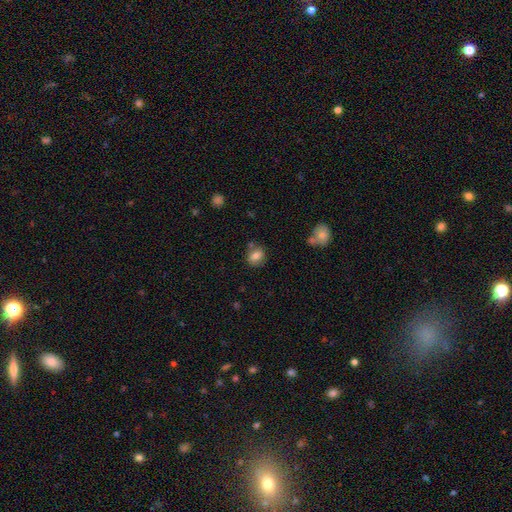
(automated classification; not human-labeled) Morphology: type=smooth (80%); roundness=round (64%); merging=none (75%).